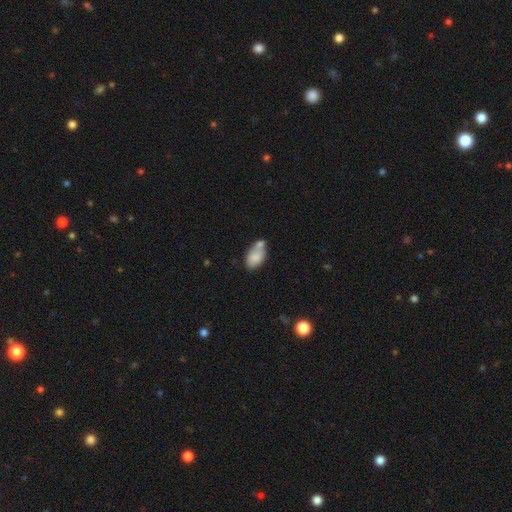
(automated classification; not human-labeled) Smooth or featured? smooth (79%)
How rounded? in between (91%)
Merging? merger (40%)